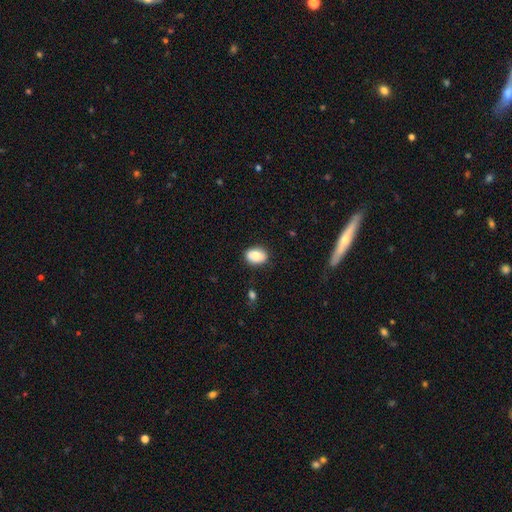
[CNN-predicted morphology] Smooth or featured? Predicted: smooth (p=0.82). How rounded? Predicted: in between (p=0.73). Merging? Predicted: none (p=0.85).